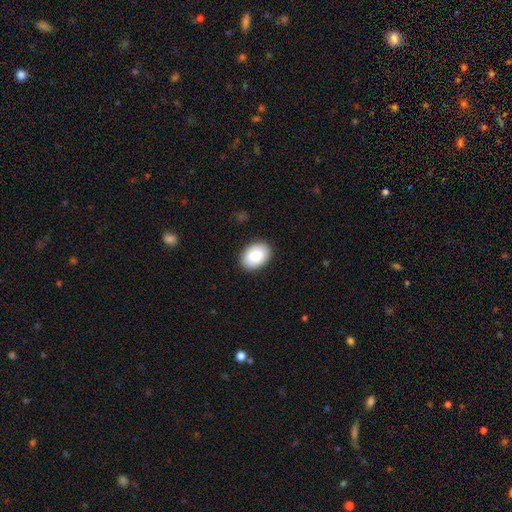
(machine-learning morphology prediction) Smooth or featured? Predicted: smooth (p=0.81). How rounded? Predicted: in between (p=0.80). Merging? Predicted: none (p=0.89).